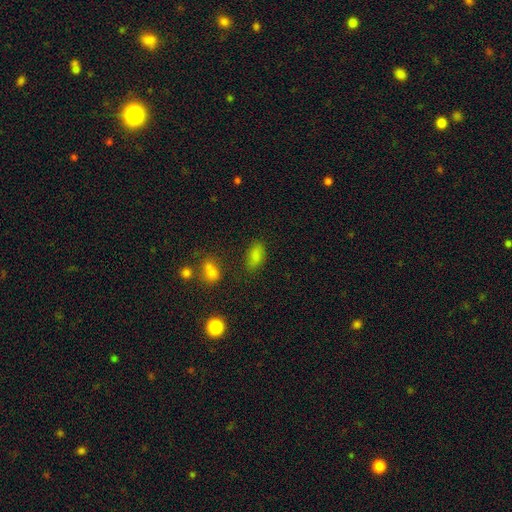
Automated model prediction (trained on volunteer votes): Smooth or featured? Predicted: smooth (p=0.79). How rounded? Predicted: in between (p=0.90). Merging? Predicted: none (p=0.71).